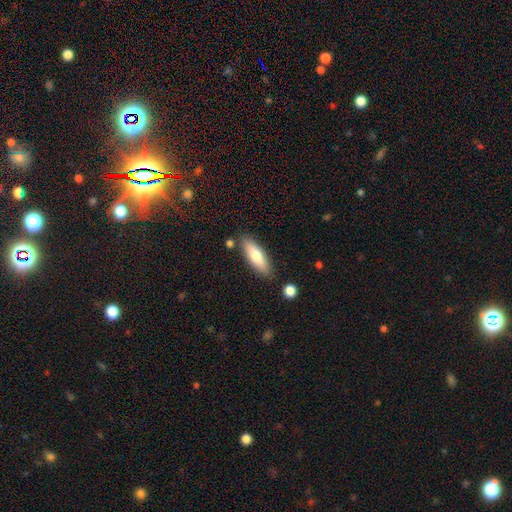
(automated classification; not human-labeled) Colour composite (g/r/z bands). It shows a smooth galaxy with no disk features (69%) that is cigar-shaped (49%, tied with in between). Merging: none (83%).